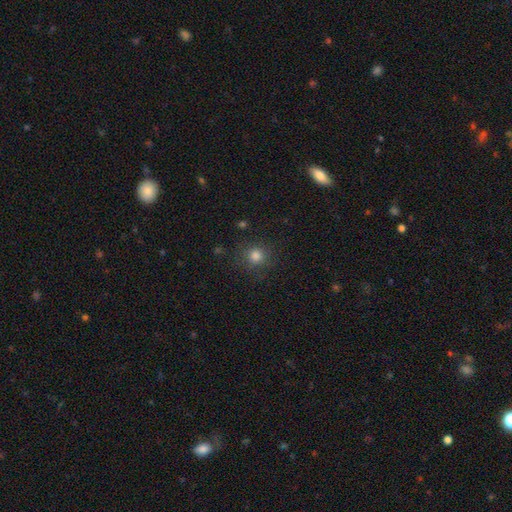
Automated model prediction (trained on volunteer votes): The model was most divided on "smooth or featured": smooth: 81%, star or artifact: 14%, featured or disk: 5%. More confident: how rounded — round (91%); merging — none (85%).